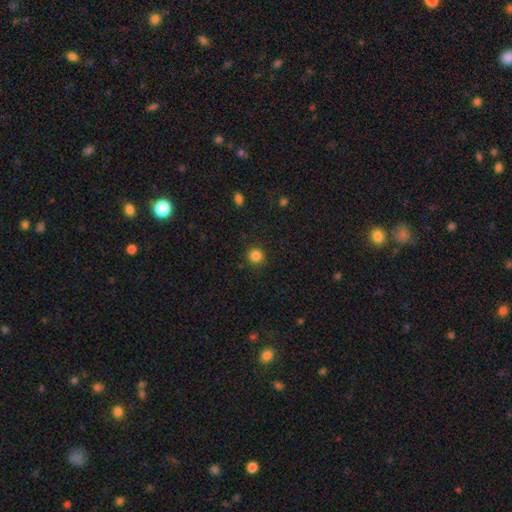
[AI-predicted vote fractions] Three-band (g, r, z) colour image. It shows a smooth galaxy with no disk features (84%) that is round (94%). Merging: none (90%).